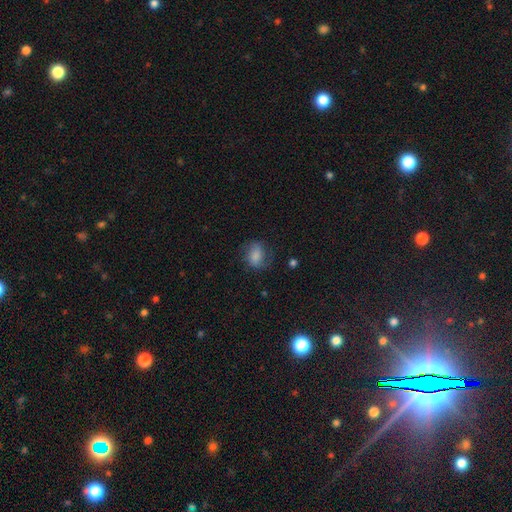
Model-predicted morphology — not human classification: This is likely a smooth galaxy (70%). How rounded: possibly in between (57%). Merging: likely none (62%).